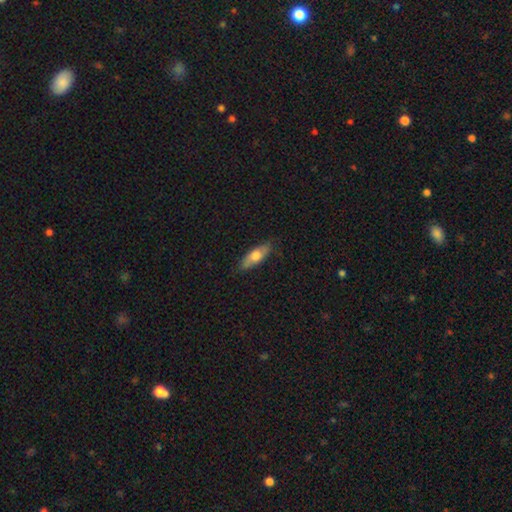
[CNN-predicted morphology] Overall: smooth (68%). How rounded: in between (63%; cigar-shaped 34%). Merging: none (82%).